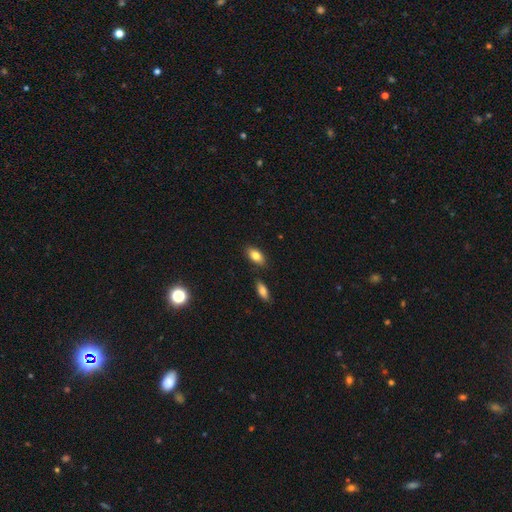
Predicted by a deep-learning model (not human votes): A smooth galaxy with no disk features (81%) that is in between round and cigar-shaped (90%).

Vote fractions:
- Smooth or featured? smooth: 81% / featured or disk: 11% / star or artifact: 8%
- How rounded? in between: 90% / round: 6% / cigar-shaped: 4%
- Merging? none: 82% / minor disturbance: 11% / merger: 5% / major disturbance: 2%